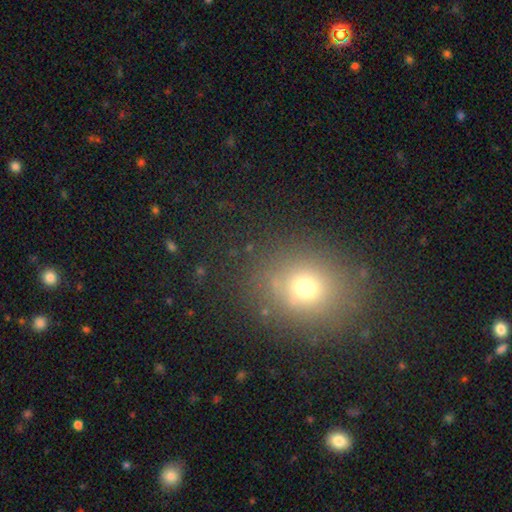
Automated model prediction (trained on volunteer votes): Smooth or featured? smooth (66%)
How rounded? round (63%)
Merging? none (87%)